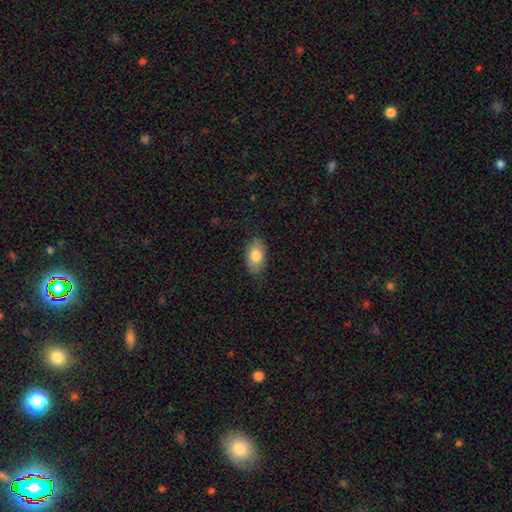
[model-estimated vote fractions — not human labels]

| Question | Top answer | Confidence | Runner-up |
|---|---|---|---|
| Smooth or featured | smooth | 82% | featured or disk (11%) |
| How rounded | in between | 91% | round (7%) |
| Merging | none | 80% | minor disturbance (15%) |